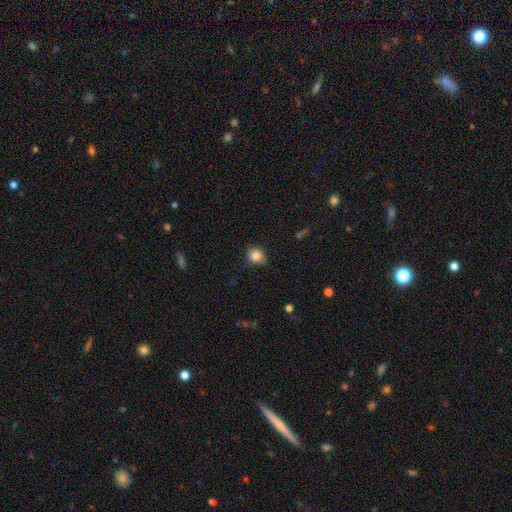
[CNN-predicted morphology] Smooth or featured? Predicted: smooth (p=0.84). How rounded? Predicted: round (p=0.57). Merging? Predicted: none (p=0.78).